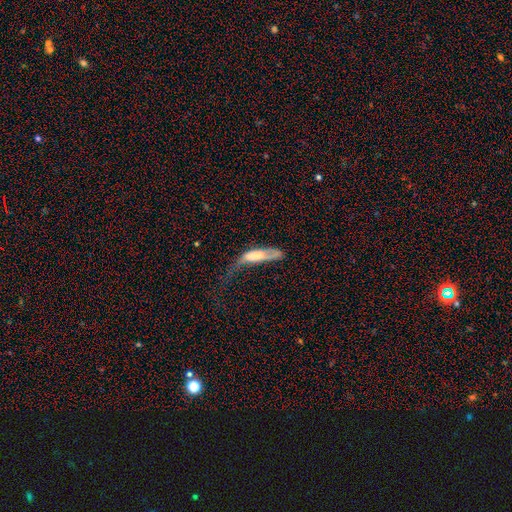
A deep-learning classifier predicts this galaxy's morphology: Q: Smooth or featured?
A: smooth (60%); runner-up: featured or disk (34%)
Q: How rounded?
A: cigar-shaped (57%); runner-up: in between (41%)
Q: Merging?
A: major disturbance (51%); runner-up: minor disturbance (26%)